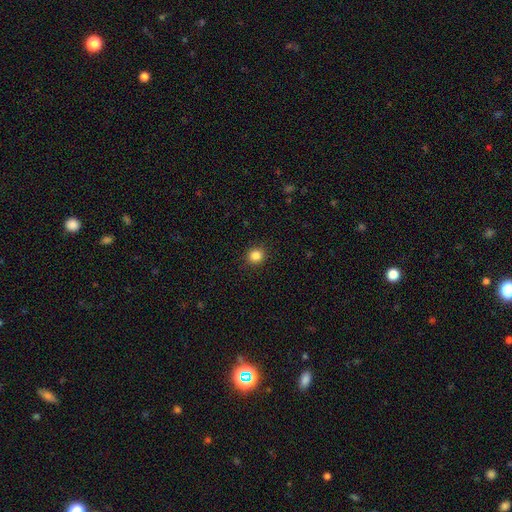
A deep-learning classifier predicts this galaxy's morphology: A smooth galaxy with no disk features (85%) that is round (90%).

Vote fractions:
- Smooth or featured? smooth: 85% / star or artifact: 11% / featured or disk: 4%
- How rounded? round: 90% / in between: 9% / cigar-shaped: 1%
- Merging? none: 91% / minor disturbance: 6% / major disturbance: 2% / merger: 1%